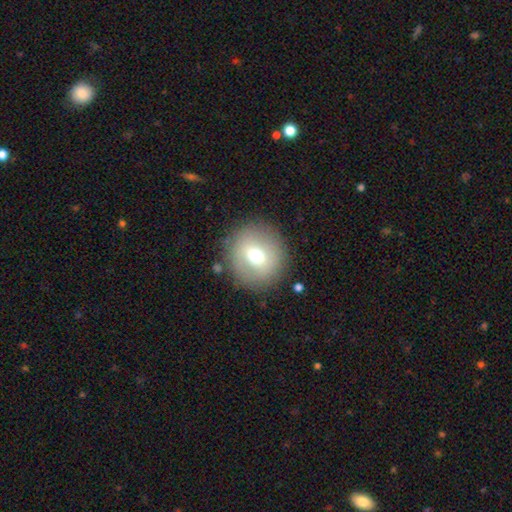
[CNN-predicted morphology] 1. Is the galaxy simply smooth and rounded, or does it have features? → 63% smooth, 26% featured or disk, 11% star or artifact.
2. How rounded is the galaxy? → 92% round, 7% in between, 1% cigar-shaped.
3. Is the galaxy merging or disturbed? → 85% none, 9% minor disturbance, 4% major disturbance, 2% merger.